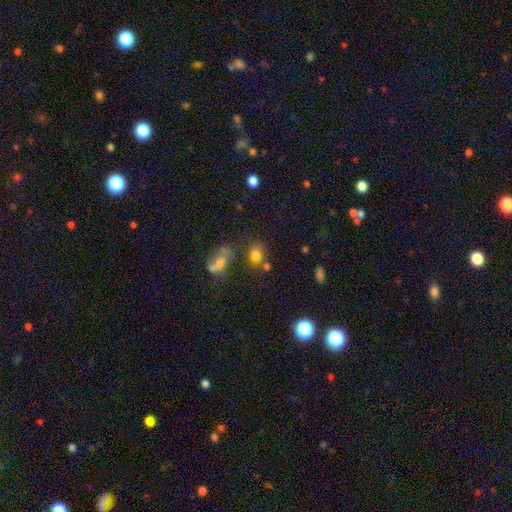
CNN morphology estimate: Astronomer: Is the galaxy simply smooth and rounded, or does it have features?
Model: smooth — 76%.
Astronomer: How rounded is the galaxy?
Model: in between — 51% (runner-up: round, 48%).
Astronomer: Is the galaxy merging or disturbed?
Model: none — 55%.